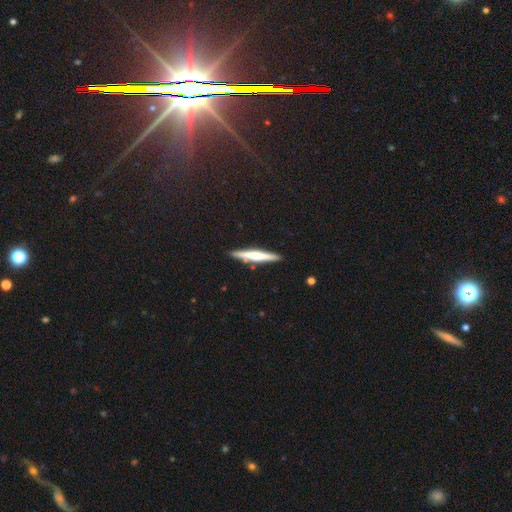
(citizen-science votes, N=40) A featured or disk galaxy (57%) viewed edge-on (96%) with a rounded central bulge (64%). Merging: none (74%).